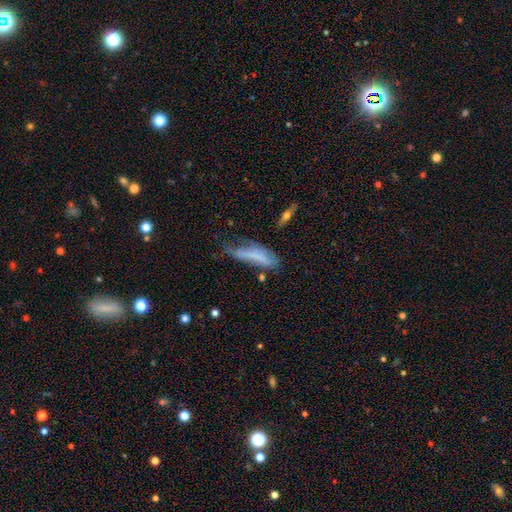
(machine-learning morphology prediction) Q: Smooth or featured?
A: smooth (58%); runner-up: featured or disk (31%)
Q: How rounded?
A: cigar-shaped (65%); runner-up: in between (33%)
Q: Merging?
A: minor disturbance (33%); runner-up: none (32%)